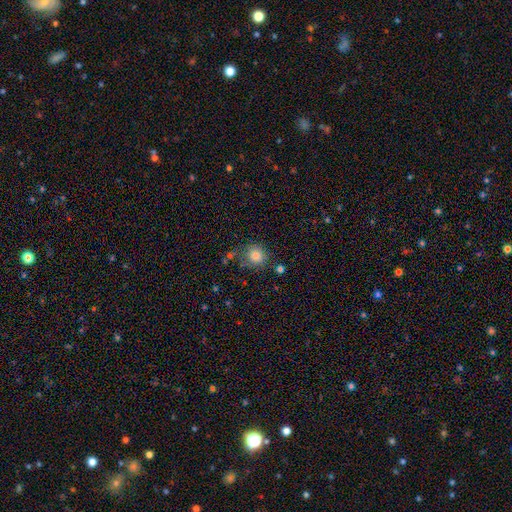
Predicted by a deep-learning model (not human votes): smooth-or-featured: smooth: 83% | star or artifact: 11% | featured or disk: 6%
  how-rounded: round: 88% | in between: 11% | cigar-shaped: 1%
  merging: none: 74% | minor disturbance: 15% | merger: 6% | major disturbance: 5%